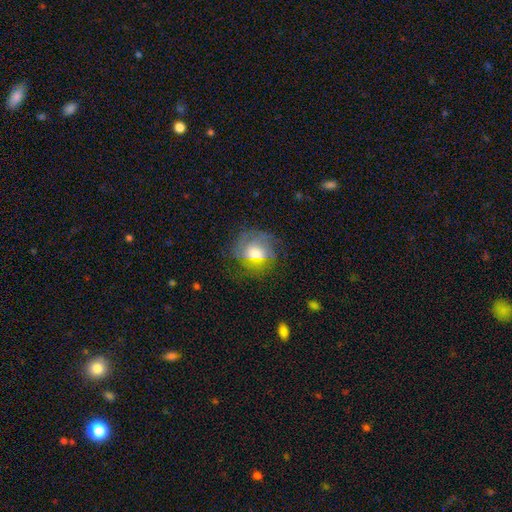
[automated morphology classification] A featured or disk galaxy (47%). Merging: none (57%).